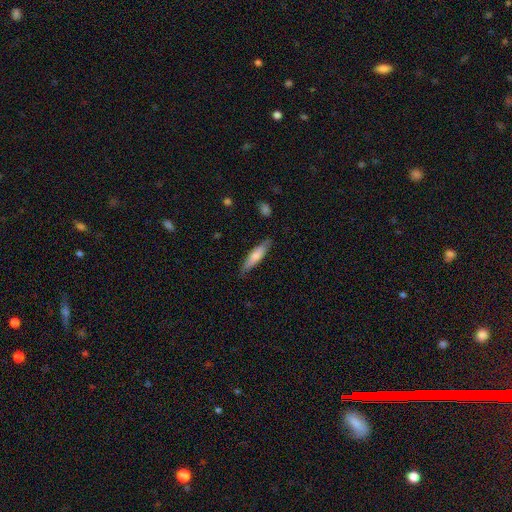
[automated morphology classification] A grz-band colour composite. It shows a smooth galaxy with no disk features (69%) that is cigar-shaped (77%). Merging: none (83%).